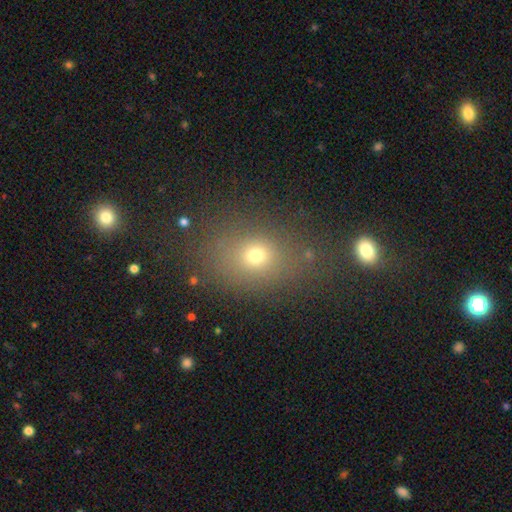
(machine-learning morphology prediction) smooth_or_featured: smooth (p=0.67) [alt: star or artifact p=0.22]
how_rounded: in between (p=0.51) [alt: round p=0.47]
merging: none (p=0.74) [alt: minor disturbance p=0.13]